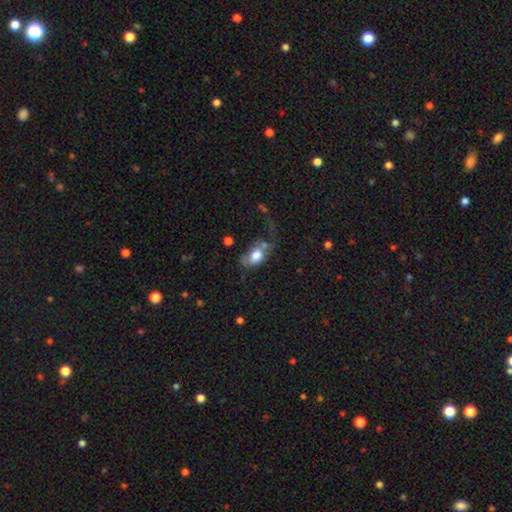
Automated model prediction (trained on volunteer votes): Smooth or featured? smooth (73%)
How rounded? in between (75%)
Merging? major disturbance (31%)